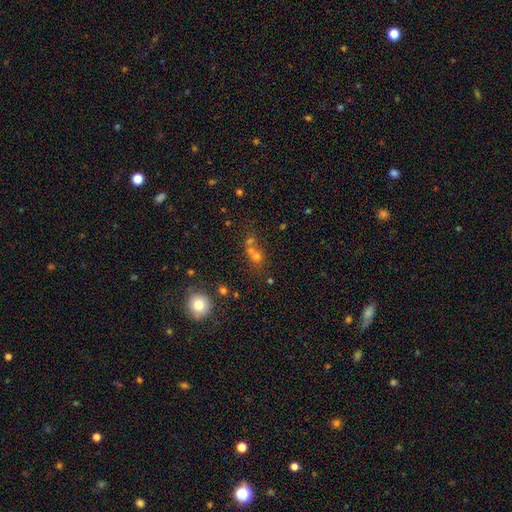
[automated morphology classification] A smooth galaxy with no disk features (55%) that is round (77%). Merging: none (44%).